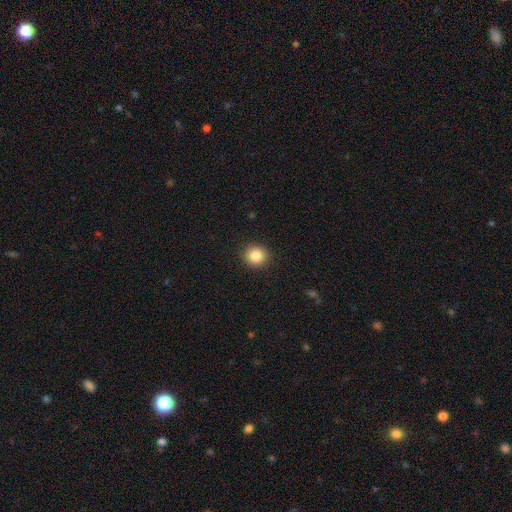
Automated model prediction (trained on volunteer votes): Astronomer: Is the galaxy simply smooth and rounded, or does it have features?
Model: smooth — 84%.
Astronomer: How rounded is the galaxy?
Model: round — 89%.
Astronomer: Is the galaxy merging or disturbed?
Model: none — 92%.